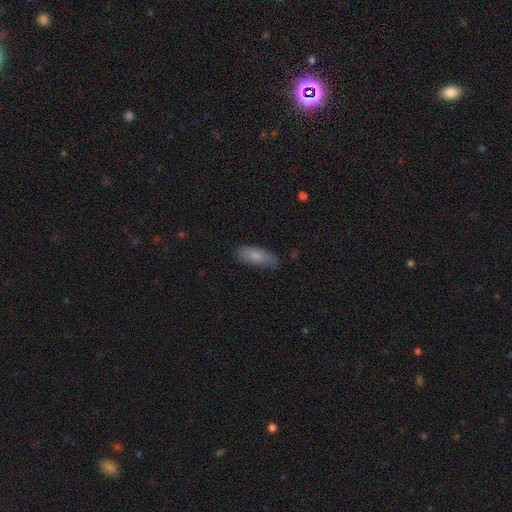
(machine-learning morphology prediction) This is likely a smooth galaxy (80%). How rounded: likely in between (67%). Merging: likely none (79%).